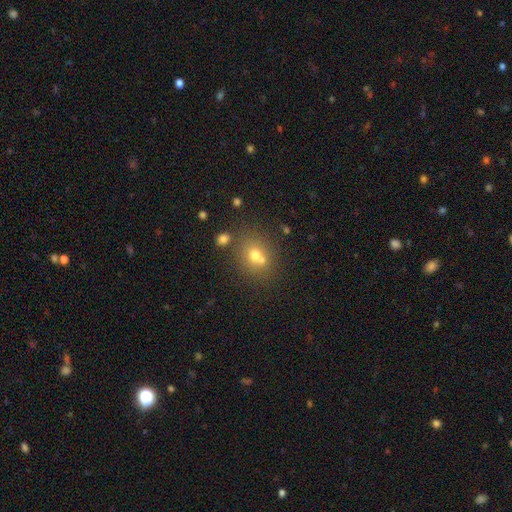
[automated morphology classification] A smooth galaxy with no disk features (66%) that is round (71%).

Vote fractions:
- Smooth or featured? smooth: 66% / featured or disk: 18% / star or artifact: 16%
- How rounded? round: 71% / in between: 28% / cigar-shaped: 1%
- Merging? none: 52% / merger: 34% / minor disturbance: 10% / major disturbance: 4%